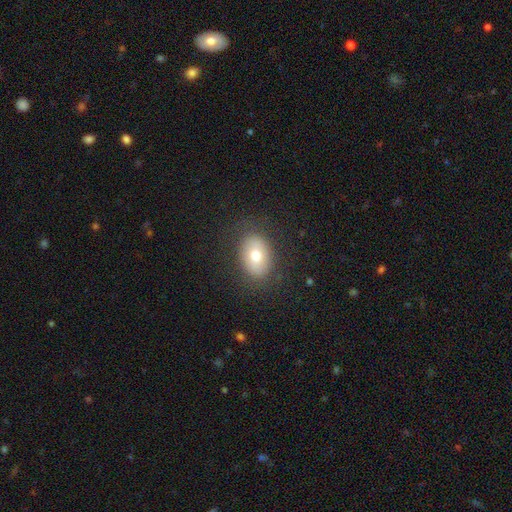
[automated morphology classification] The model was most divided on "smooth or featured": smooth: 71%, featured or disk: 20%, star or artifact: 9%. More confident: merging — none (84%); how rounded — in between (75%).